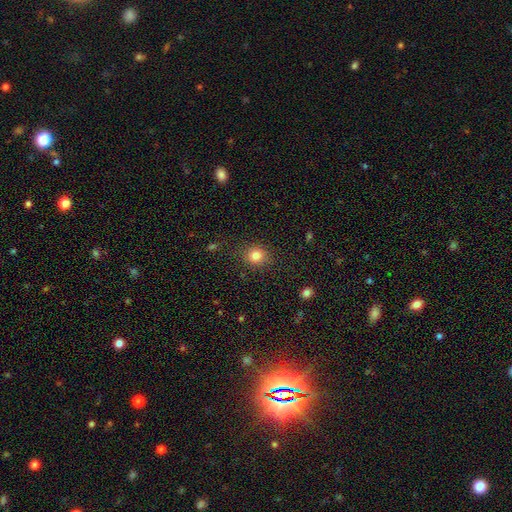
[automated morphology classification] Smooth or featured? Predicted: smooth (p=0.83). How rounded? Predicted: round (p=0.80). Merging? Predicted: none (p=0.87).